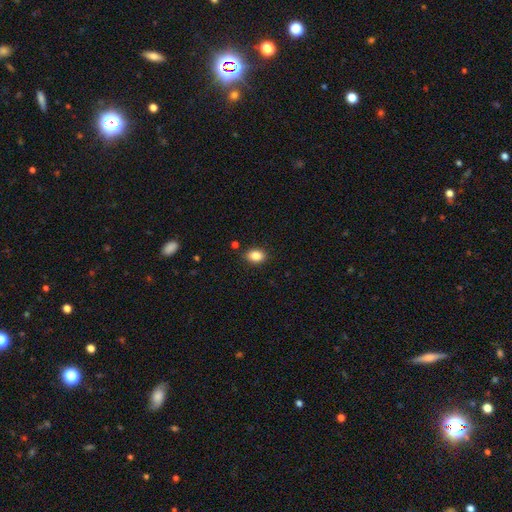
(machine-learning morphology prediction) A smooth galaxy with no disk features (85%) that is in between round and cigar-shaped (75%). Merging: none (86%).